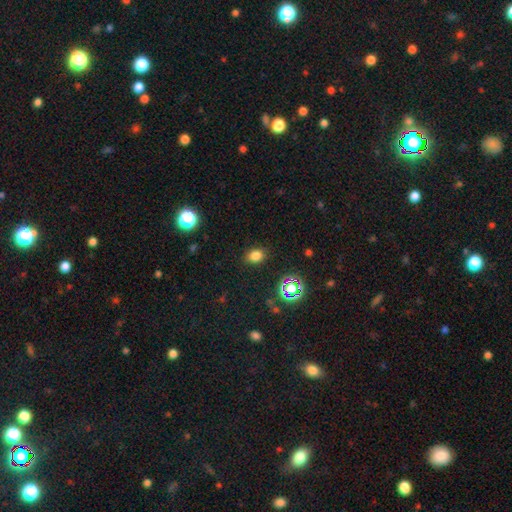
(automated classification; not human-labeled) smooth_or_featured: smooth (p=0.77) [alt: star or artifact p=0.17]
how_rounded: in between (p=0.61) [alt: round p=0.38]
merging: none (p=0.86) [alt: minor disturbance p=0.09]